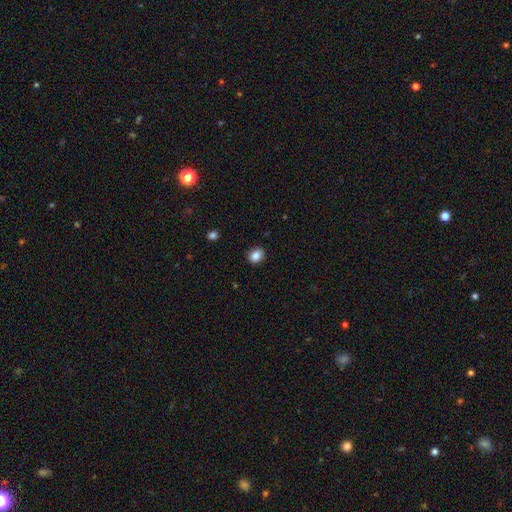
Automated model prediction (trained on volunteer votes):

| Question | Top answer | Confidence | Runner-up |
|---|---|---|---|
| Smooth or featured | smooth | 86% | star or artifact (9%) |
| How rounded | in between | 51% | round (48%) |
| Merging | none | 88% | minor disturbance (9%) |